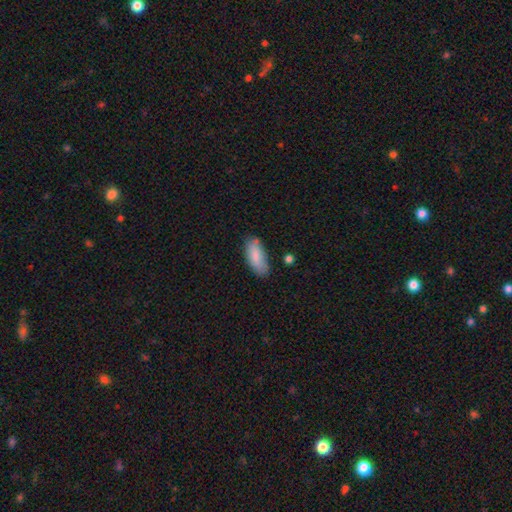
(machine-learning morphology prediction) Overall: smooth (84%). How rounded: in between (85%). Merging: none (70%).